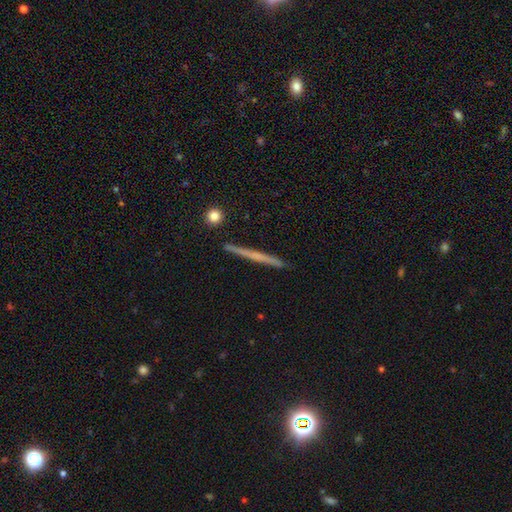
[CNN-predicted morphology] Q: Smooth or featured?
A: featured or disk (54%); runner-up: smooth (40%)
Q: Edge-on disk?
A: yes (98%); runner-up: no (2%)
Q: Edge-on bulge?
A: none (83%); runner-up: rounded (13%)
Q: Merging?
A: none (92%); runner-up: minor disturbance (6%)